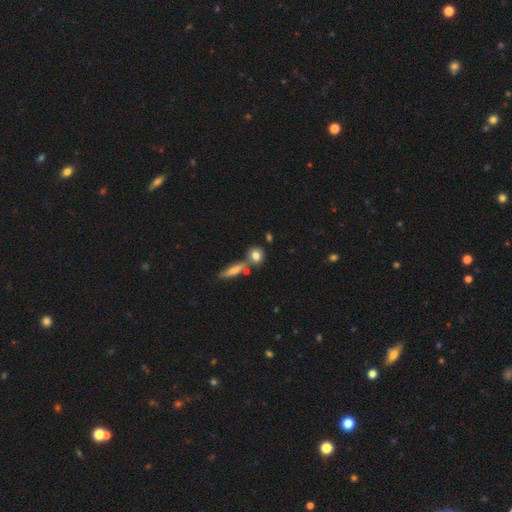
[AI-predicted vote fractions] smooth 78%, featured or disk 12%, star or artifact 9%. Down the decision tree: how rounded — round (65%); merging — none (63%).